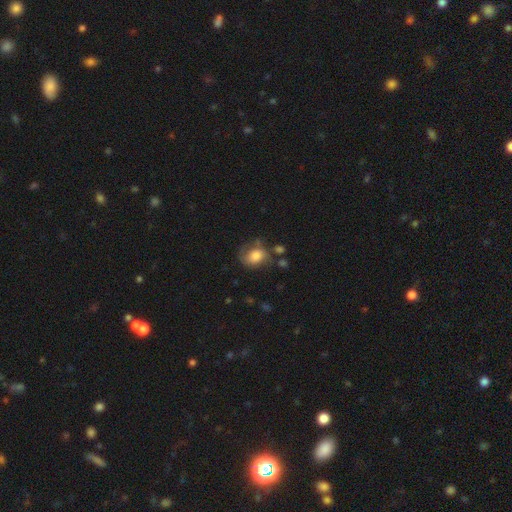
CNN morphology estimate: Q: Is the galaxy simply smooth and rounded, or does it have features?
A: smooth — 63%.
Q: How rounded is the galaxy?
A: in between — 50%.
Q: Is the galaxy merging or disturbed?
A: none — 45%.